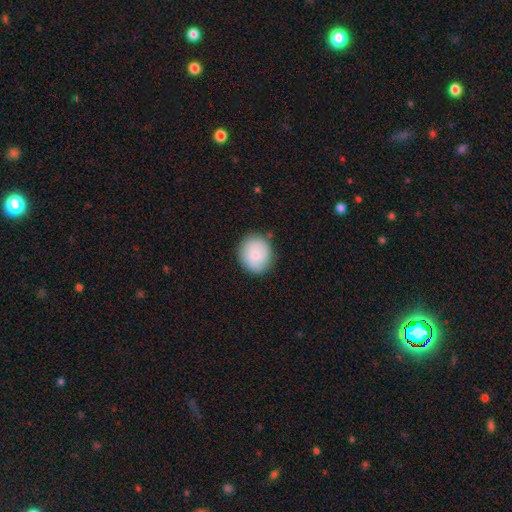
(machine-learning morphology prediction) Overall: smooth (67%; featured or disk 27%). How rounded: round (82%). Merging: none (82%).